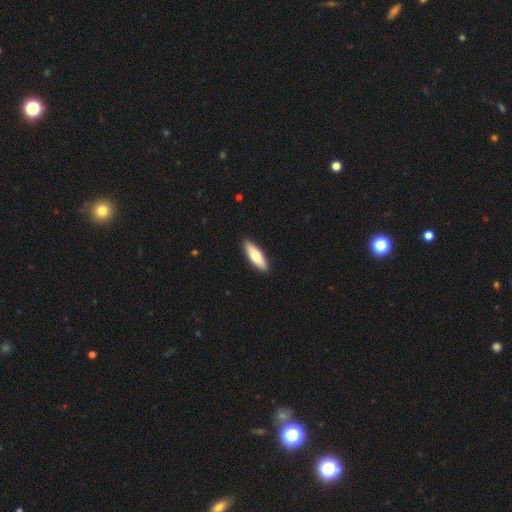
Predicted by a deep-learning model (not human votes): smooth-or-featured: smooth: 69% | featured or disk: 26% | star or artifact: 5%
  how-rounded: cigar-shaped: 51% | in between: 47% | round: 2%
  merging: none: 91% | minor disturbance: 7% | major disturbance: 1% | merger: 1%